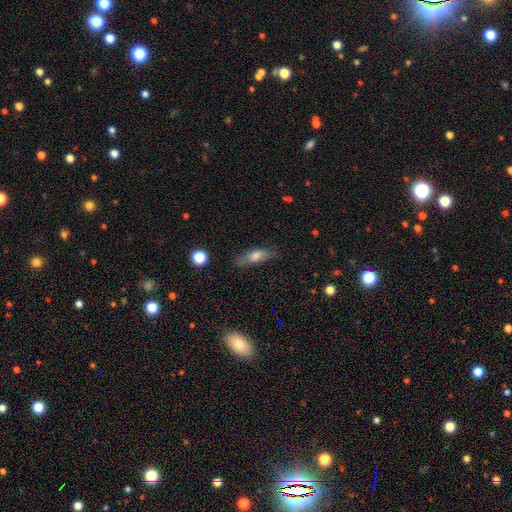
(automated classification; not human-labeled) The model was most divided on "how rounded": in between: 52%, cigar-shaped: 44%, round: 4%. More confident: merging — none (70%); smooth or featured — smooth (63%).